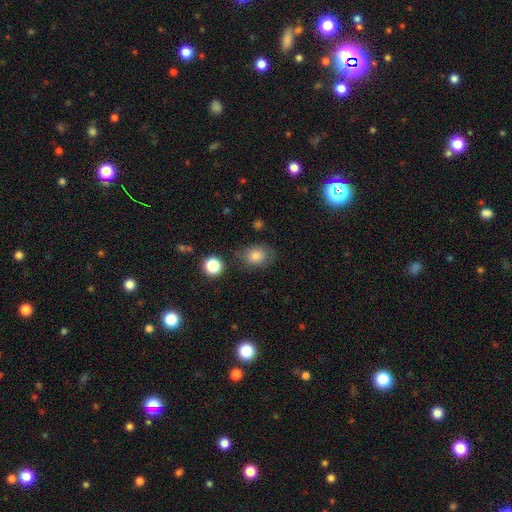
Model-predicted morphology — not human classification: smooth 83%, star or artifact 9%, featured or disk 7%. Down the decision tree: how rounded — in between (56%); merging — none (71%).